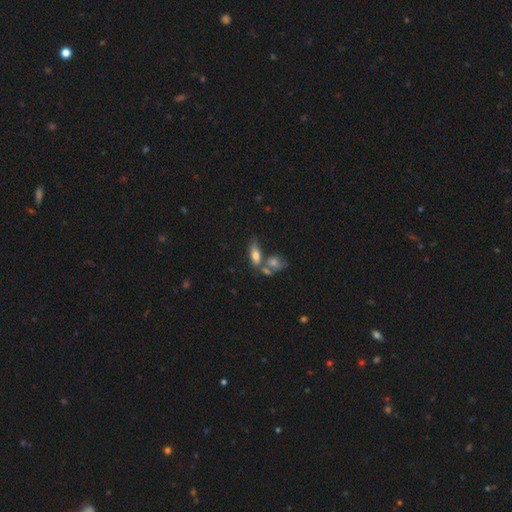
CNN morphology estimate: smooth 70%, featured or disk 22%, star or artifact 9%. Down the decision tree: how rounded — in between (73%); merging — none (44%).